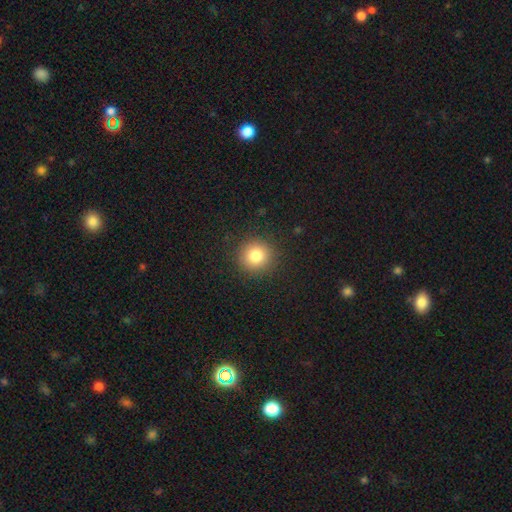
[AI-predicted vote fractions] smooth-or-featured: smooth: 83% | star or artifact: 11% | featured or disk: 6%
  how-rounded: round: 92% | in between: 7% | cigar-shaped: 1%
  merging: none: 90% | minor disturbance: 7% | major disturbance: 2% | merger: 1%